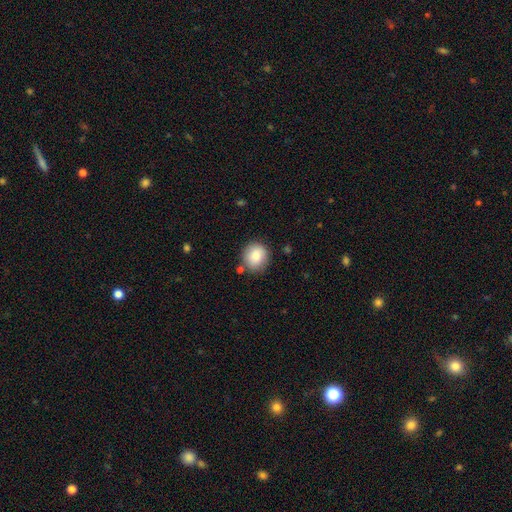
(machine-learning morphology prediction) Smooth or featured? smooth (85%)
How rounded? round (84%)
Merging? none (81%)